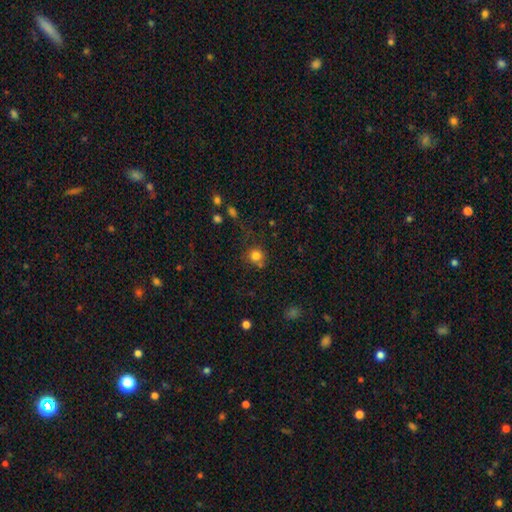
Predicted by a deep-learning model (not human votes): Smooth or featured?
  - smooth: 80% *
  - star or artifact: 14%
  - featured or disk: 7%
How rounded?
  - round: 89% *
  - in between: 10%
  - cigar-shaped: 1%
Merging?
  - none: 66% *
  - minor disturbance: 15%
  - merger: 13%
  - major disturbance: 6%